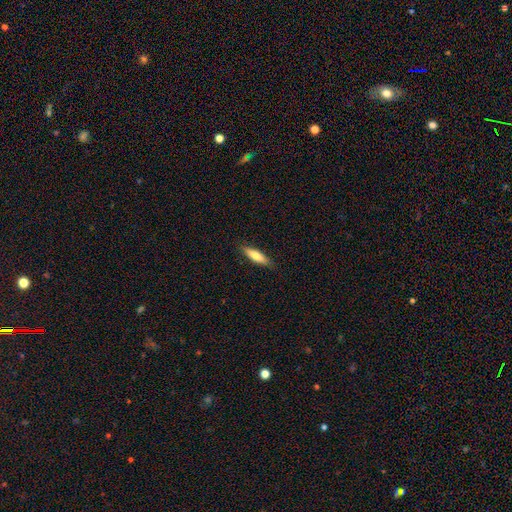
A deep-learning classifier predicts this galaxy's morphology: Smooth or featured? smooth (72%)
How rounded? cigar-shaped (64%)
Merging? none (88%)